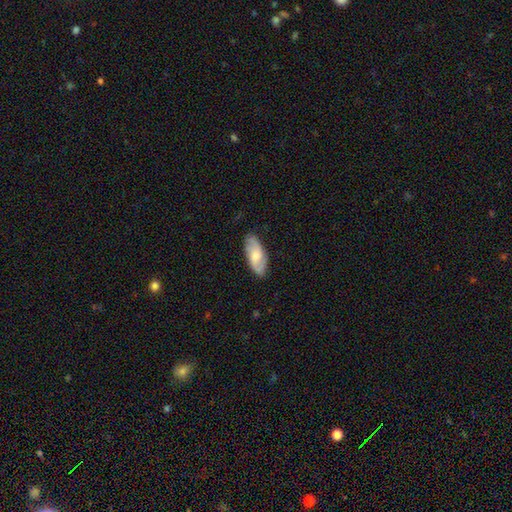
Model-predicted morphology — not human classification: This is possibly a featured or disk galaxy (49%). Merging: clearly none (81%).